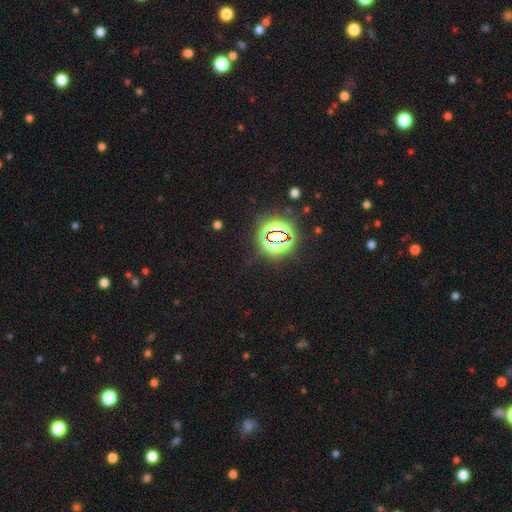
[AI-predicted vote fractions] smooth_or_featured: star or artifact (p=0.82) [alt: smooth p=0.11]